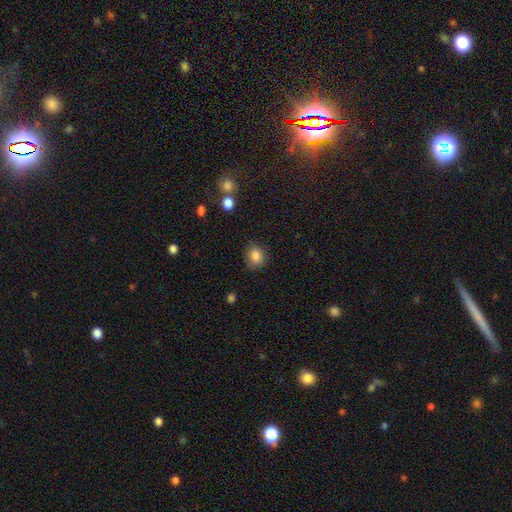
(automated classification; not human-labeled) A smooth galaxy with no disk features (86%) that is round (52%). Merging: none (78%).